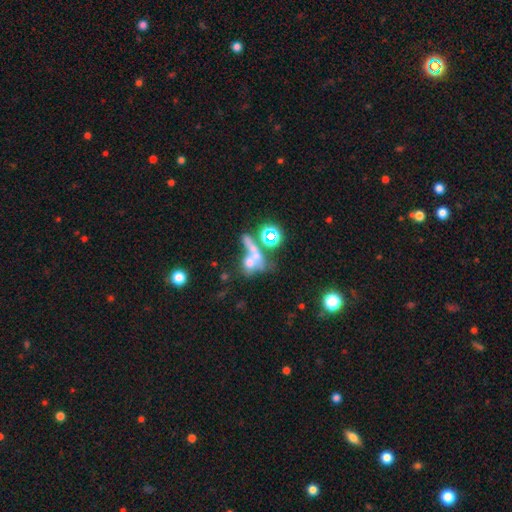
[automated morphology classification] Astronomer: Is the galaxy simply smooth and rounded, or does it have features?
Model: smooth — 43% (runner-up: featured or disk, 32%).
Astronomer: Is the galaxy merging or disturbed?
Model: merger — 57%.